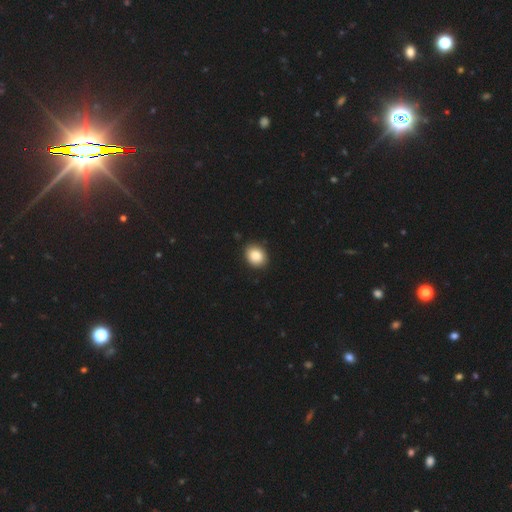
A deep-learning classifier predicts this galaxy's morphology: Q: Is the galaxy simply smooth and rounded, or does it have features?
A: smooth — 88%.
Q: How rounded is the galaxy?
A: round — 50%.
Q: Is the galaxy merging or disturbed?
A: none — 89%.